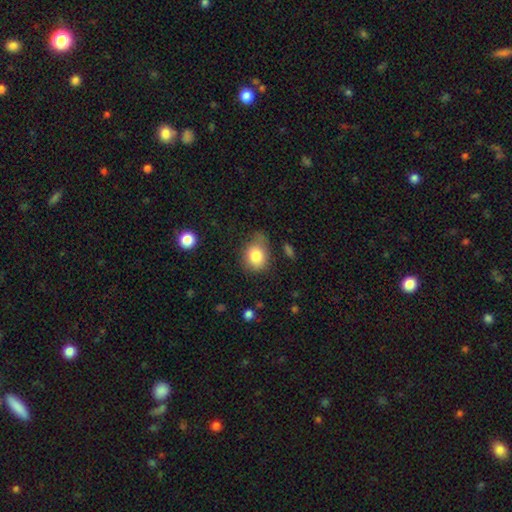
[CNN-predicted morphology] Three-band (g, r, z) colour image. It shows a smooth galaxy with no disk features (81%) that is in between round and cigar-shaped (51%). Merging: none (52%).